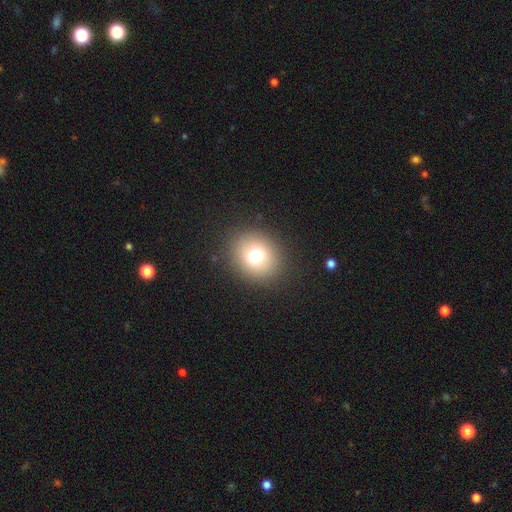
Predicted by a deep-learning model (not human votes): smooth_or_featured: smooth (p=0.75) [alt: star or artifact p=0.14]
how_rounded: round (p=0.77) [alt: in between p=0.22]
merging: none (p=0.89) [alt: minor disturbance p=0.07]